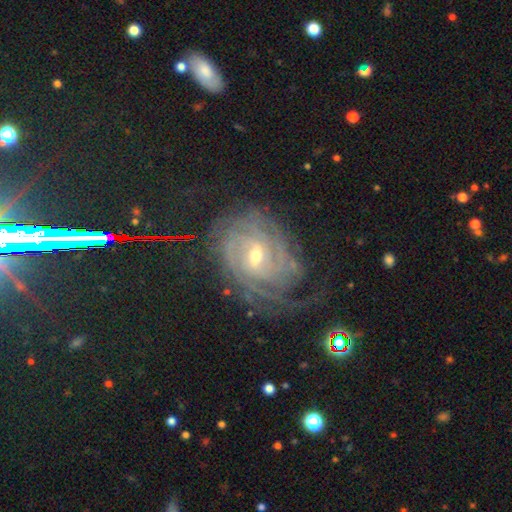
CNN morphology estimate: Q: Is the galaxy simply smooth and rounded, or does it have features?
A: featured or disk — 82%.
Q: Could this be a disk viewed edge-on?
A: no — 97%.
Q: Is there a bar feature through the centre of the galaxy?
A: weak — 50%.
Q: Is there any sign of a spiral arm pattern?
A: yes — 97%.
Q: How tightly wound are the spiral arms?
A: tight — 75%.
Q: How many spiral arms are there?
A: can't tell — 36%.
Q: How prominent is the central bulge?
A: moderate — 48%, tied with small.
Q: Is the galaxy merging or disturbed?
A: none — 69%.